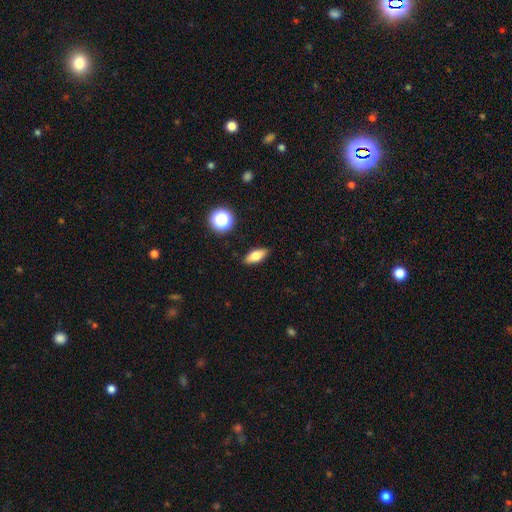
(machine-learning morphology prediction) smooth_or_featured: smooth (p=0.73) [alt: featured or disk p=0.18]
how_rounded: in between (p=0.74) [alt: cigar-shaped p=0.20]
merging: none (p=0.88) [alt: minor disturbance p=0.08]